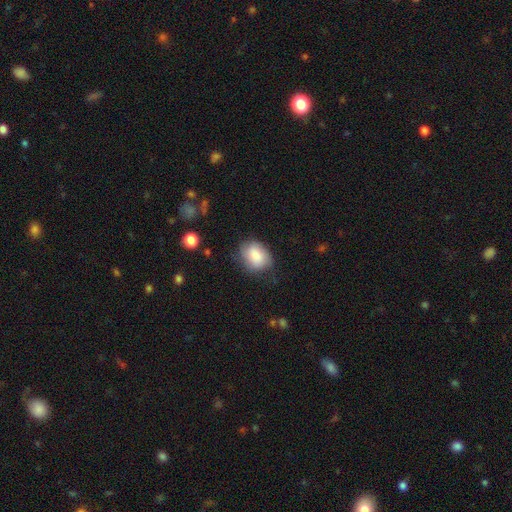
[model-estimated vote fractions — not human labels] smooth_or_featured: smooth (p=0.83) [alt: featured or disk p=0.10]
how_rounded: in between (p=0.66) [alt: round p=0.33]
merging: none (p=0.64) [alt: minor disturbance p=0.26]